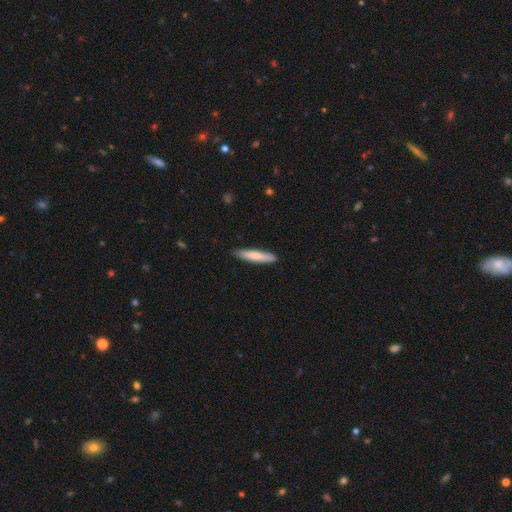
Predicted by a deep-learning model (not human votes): A smooth galaxy with no disk features (77%) that is cigar-shaped (89%). Merging: none (87%).